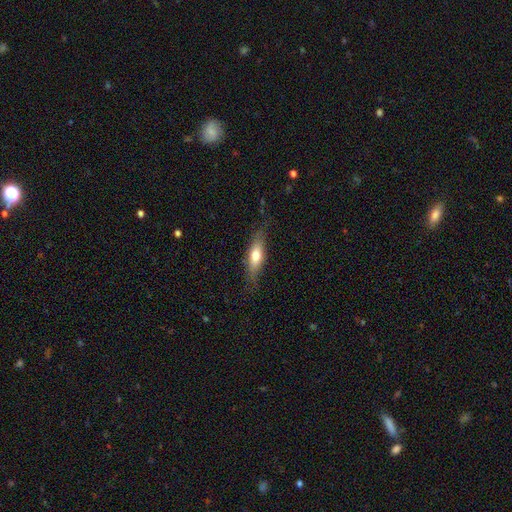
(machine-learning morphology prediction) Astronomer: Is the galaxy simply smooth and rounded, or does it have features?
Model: smooth — 64%.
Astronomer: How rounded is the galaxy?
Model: in between — 56% (runner-up: cigar-shaped, 41%).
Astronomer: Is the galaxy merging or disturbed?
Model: none — 76%.